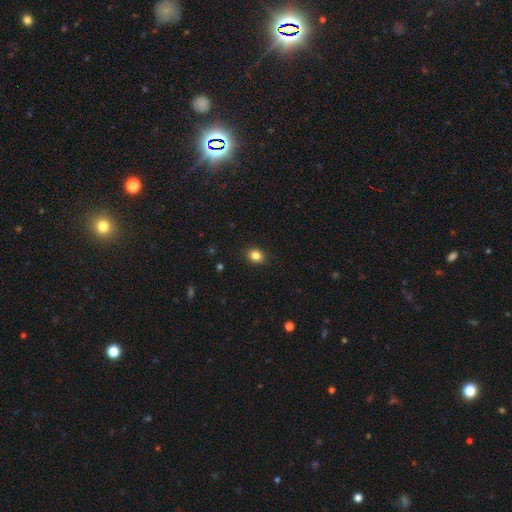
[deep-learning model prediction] The model was most divided on "how rounded": round: 56%, in between: 44%, cigar-shaped: 1%. More confident: merging — none (89%); smooth or featured — smooth (84%).